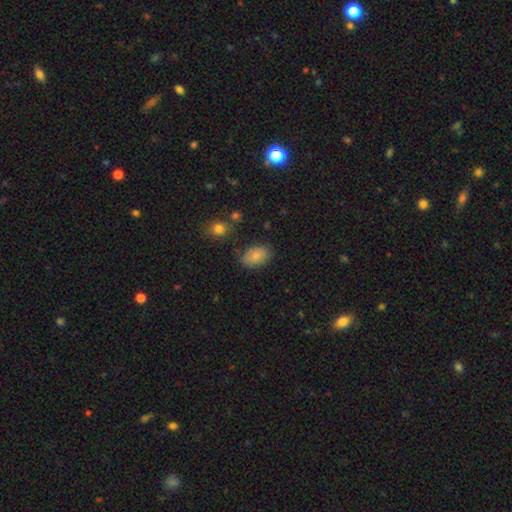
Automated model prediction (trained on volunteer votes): smooth_or_featured: smooth (p=0.84) [alt: featured or disk p=0.08]
how_rounded: in between (p=0.89) [alt: round p=0.10]
merging: none (p=0.79) [alt: minor disturbance p=0.15]